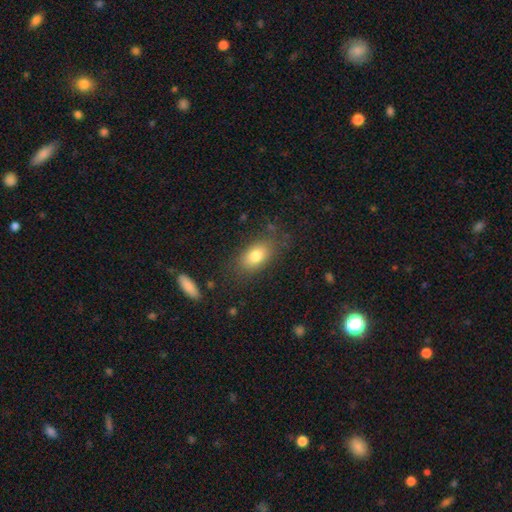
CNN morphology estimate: Smooth or featured?
  - smooth: 79% *
  - featured or disk: 13%
  - star or artifact: 8%
How rounded?
  - in between: 86% *
  - round: 11%
  - cigar-shaped: 3%
Merging?
  - none: 76% *
  - minor disturbance: 15%
  - major disturbance: 6%
  - merger: 2%